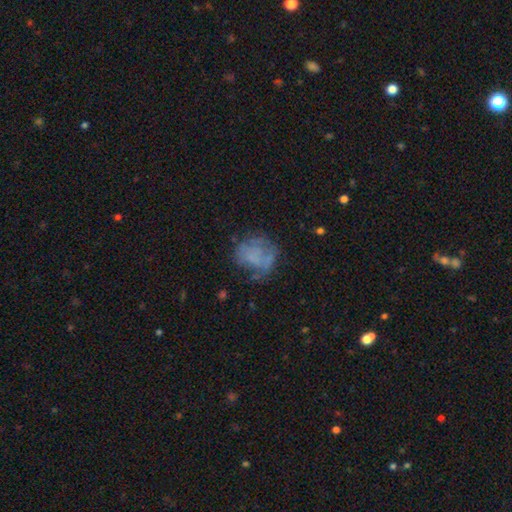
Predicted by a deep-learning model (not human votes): Q: Smooth or featured?
A: smooth (44%); runner-up: featured or disk (42%)
Q: Merging?
A: none (47%); runner-up: minor disturbance (25%)